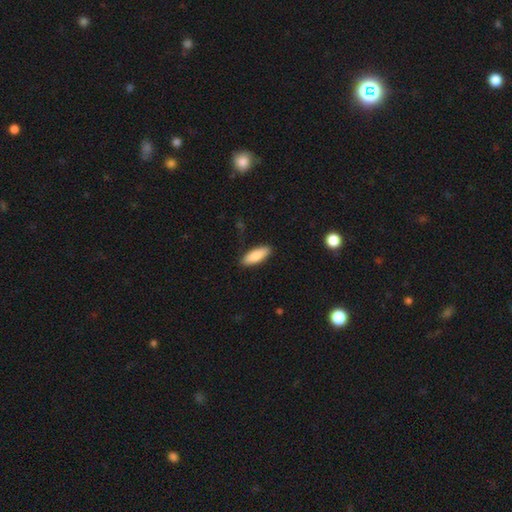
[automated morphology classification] A smooth galaxy with no disk features (85%) that is in between round and cigar-shaped (66%).

Vote fractions:
- Smooth or featured? smooth: 85% / featured or disk: 10% / star or artifact: 6%
- How rounded? in between: 66% / cigar-shaped: 32% / round: 2%
- Merging? none: 87% / minor disturbance: 10% / major disturbance: 2% / merger: 1%